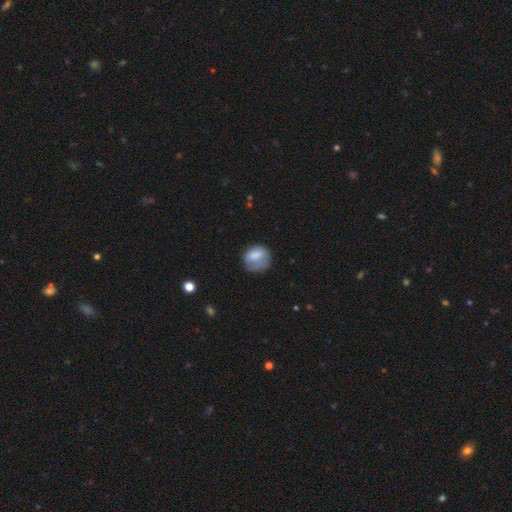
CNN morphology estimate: Smooth or featured? Predicted: smooth (p=0.75). How rounded? Predicted: round (p=0.61). Merging? Predicted: none (p=0.48).